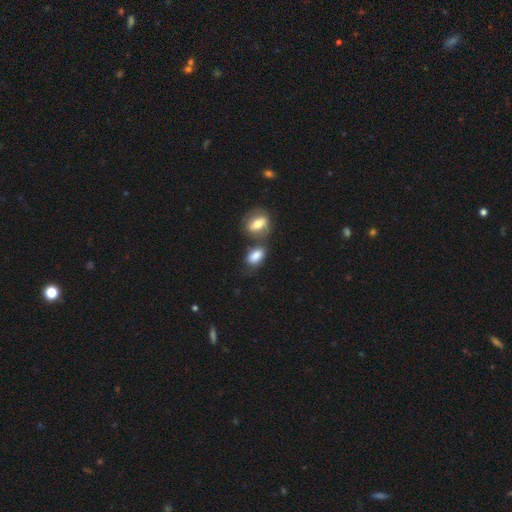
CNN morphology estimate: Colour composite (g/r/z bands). It shows a smooth galaxy with no disk features (82%) that is in between round and cigar-shaped (87%). Merging: none (43%).